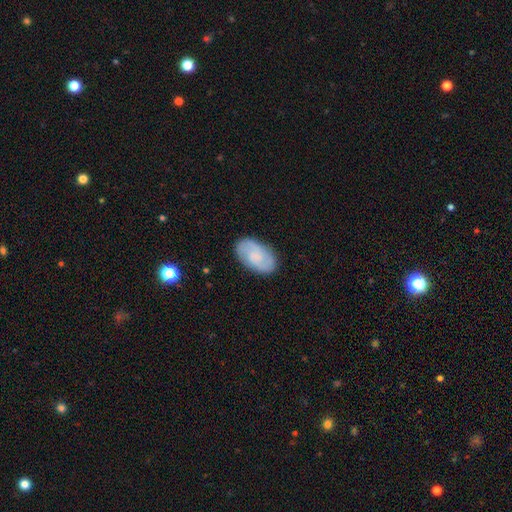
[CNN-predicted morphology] This appears to be a smooth galaxy with no disk features (47%). Merging: none (84%).